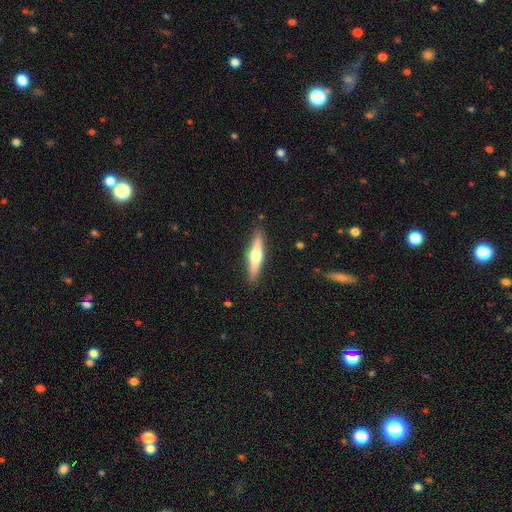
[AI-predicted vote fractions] Morphology: type=featured or disk (53%); edge-on=yes (95%); edge-on bulge=rounded (91%); merging=none (89%).